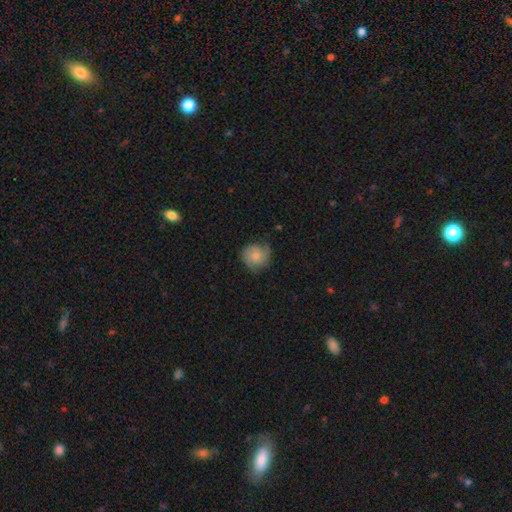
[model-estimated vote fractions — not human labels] Morphology: type=smooth (58%); roundness=round (85%); merging=none (66%).